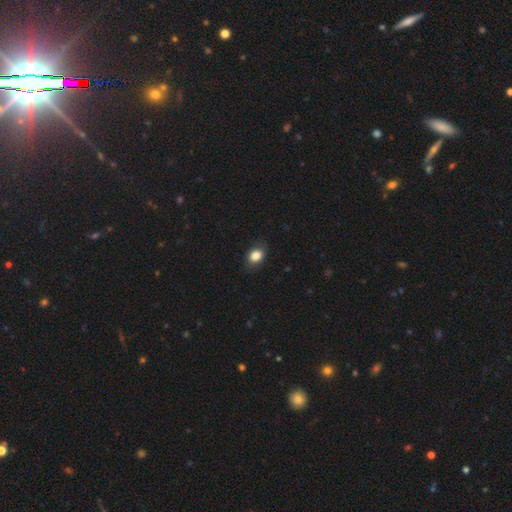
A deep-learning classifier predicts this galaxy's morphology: This appears to be a smooth galaxy with no disk features (85%) that is in between round and cigar-shaped (70%). Merging: none (81%).